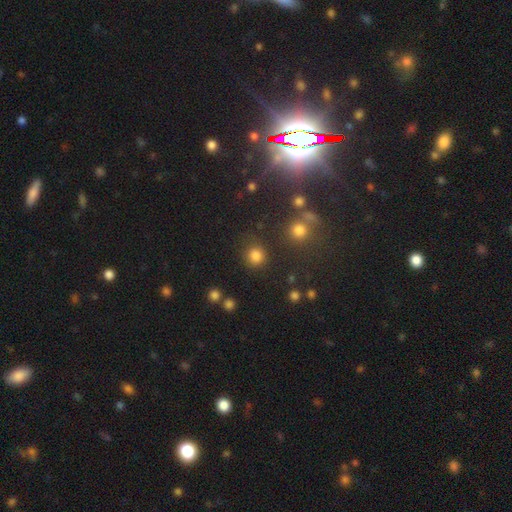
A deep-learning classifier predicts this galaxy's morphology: Smooth or featured? Predicted: smooth (p=0.82). How rounded? Predicted: round (p=0.92). Merging? Predicted: none (p=0.86).